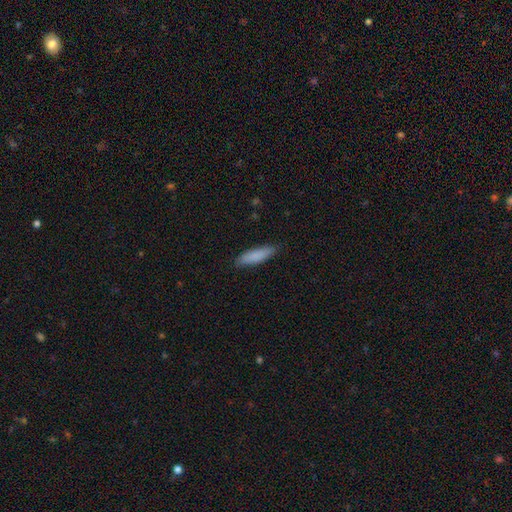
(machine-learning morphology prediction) Q: Smooth or featured?
A: smooth (85%); runner-up: featured or disk (9%)
Q: How rounded?
A: cigar-shaped (70%); runner-up: in between (29%)
Q: Merging?
A: none (85%); runner-up: minor disturbance (12%)